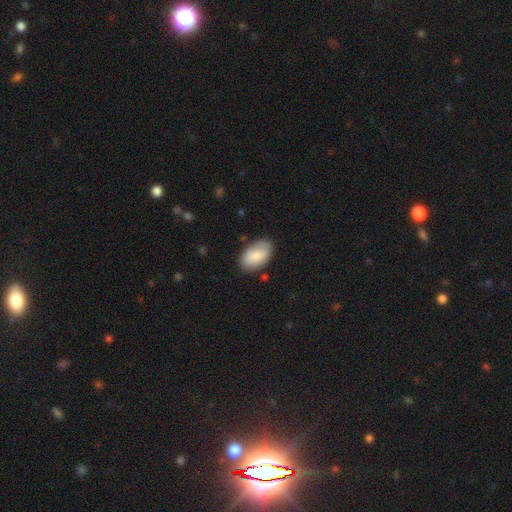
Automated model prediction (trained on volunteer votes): Morphology: type=smooth (83%); roundness=in between (93%); merging=none (78%).